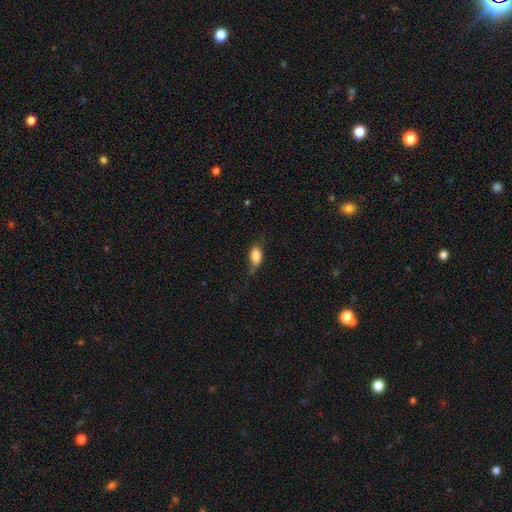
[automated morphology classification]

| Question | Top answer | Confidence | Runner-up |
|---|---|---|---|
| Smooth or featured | smooth | 80% | featured or disk (13%) |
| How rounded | in between | 87% | round (7%) |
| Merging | none | 55% | minor disturbance (30%) |